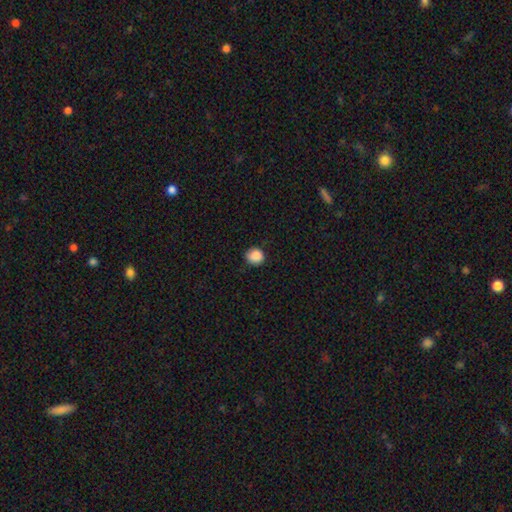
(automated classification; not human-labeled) smooth 88%, star or artifact 9%, featured or disk 3%. Down the decision tree: how rounded — round (82%); merging — none (84%).